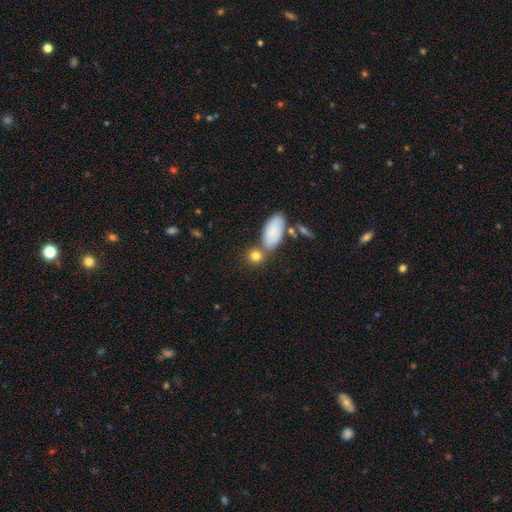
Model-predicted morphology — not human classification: Smooth or featured? Predicted: smooth (p=0.82). How rounded? Predicted: round (p=0.64). Merging? Predicted: none (p=0.64).